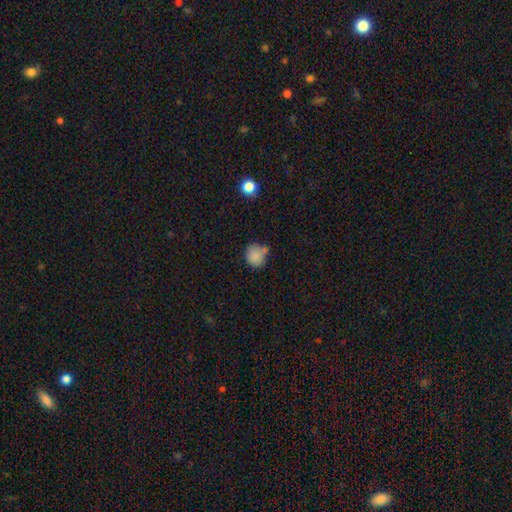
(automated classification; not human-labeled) smooth 83%, star or artifact 11%, featured or disk 6%. Down the decision tree: how rounded — round (83%); merging — none (53%).